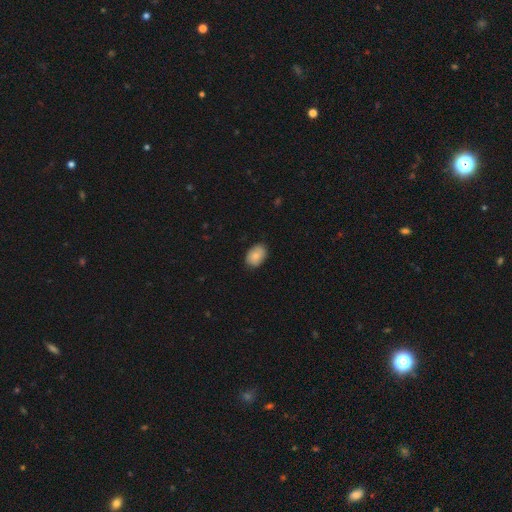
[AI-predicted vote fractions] smooth_or_featured: smooth (p=0.82) [alt: featured or disk p=0.11]
how_rounded: in between (p=0.79) [alt: round p=0.20]
merging: none (p=0.84) [alt: minor disturbance p=0.13]